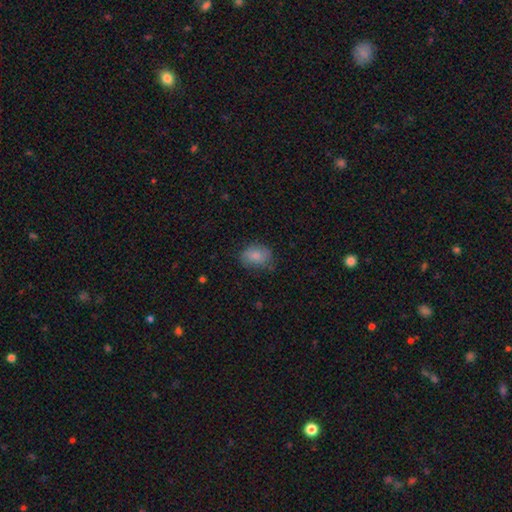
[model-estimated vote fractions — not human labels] Smooth or featured: smooth — 81% (featured or disk — 11%)
How rounded: in between — 67% (round — 32%)
Merging: none — 64% (minor disturbance — 27%)